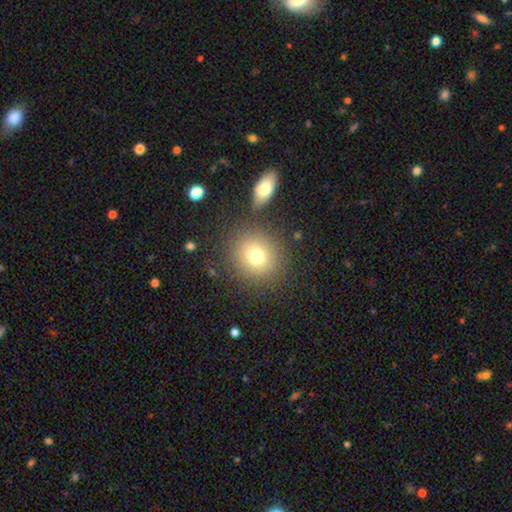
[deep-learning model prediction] Smooth or featured: smooth — 75% (star or artifact — 13%)
How rounded: round — 87% (in between — 12%)
Merging: none — 82% (minor disturbance — 8%)